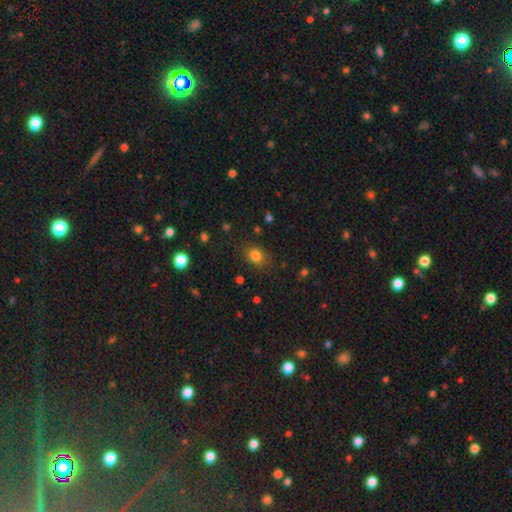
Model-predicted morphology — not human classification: This appears to be a smooth galaxy with no disk features (80%) that is in between round and cigar-shaped (53%). Merging: none (80%).